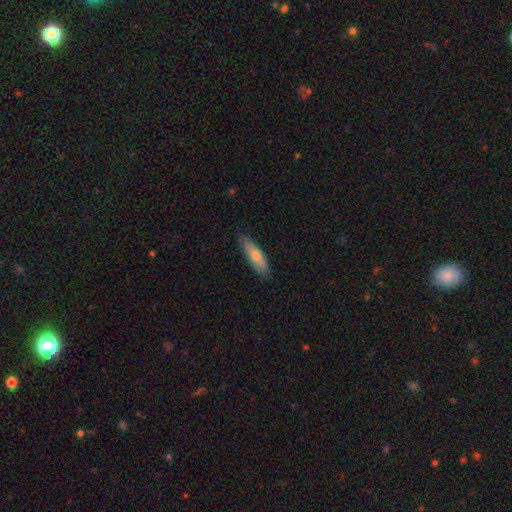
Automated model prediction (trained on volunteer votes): A smooth galaxy with no disk features (62%) that is cigar-shaped (66%). Merging: none (84%).